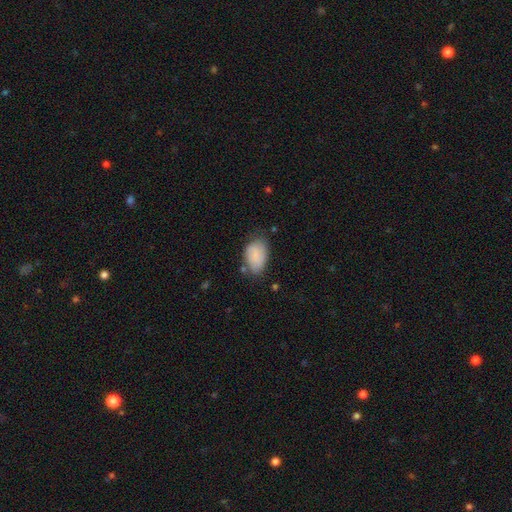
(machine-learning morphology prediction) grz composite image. It shows a smooth galaxy with no disk features (80%) that is in between round and cigar-shaped (88%). Merging: none (58%).